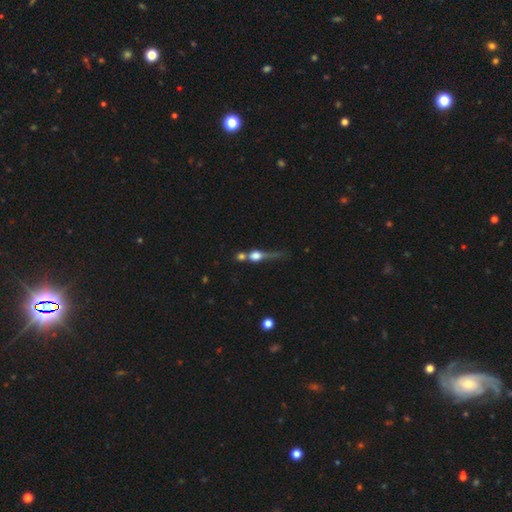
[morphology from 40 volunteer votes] Overall: smooth (57%; featured or disk 35%). How rounded: in between (52%; round 35%). Merging: major disturbance (32%; none 24%).